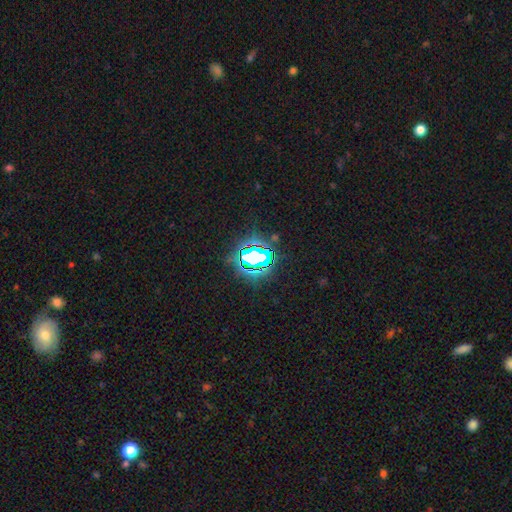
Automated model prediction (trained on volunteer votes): Smooth or featured?
  - star or artifact: 73% *
  - smooth: 16%
  - featured or disk: 11%